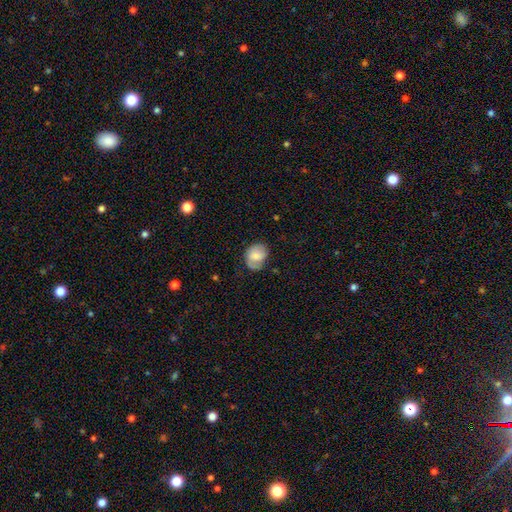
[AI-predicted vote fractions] A smooth galaxy with no disk features (63%) that is round (51%).

Vote fractions:
- Smooth or featured? smooth: 63% / featured or disk: 30% / star or artifact: 7%
- How rounded? round: 51% / in between: 48% / cigar-shaped: 1%
- Merging? none: 56% / minor disturbance: 30% / major disturbance: 13% / merger: 2%